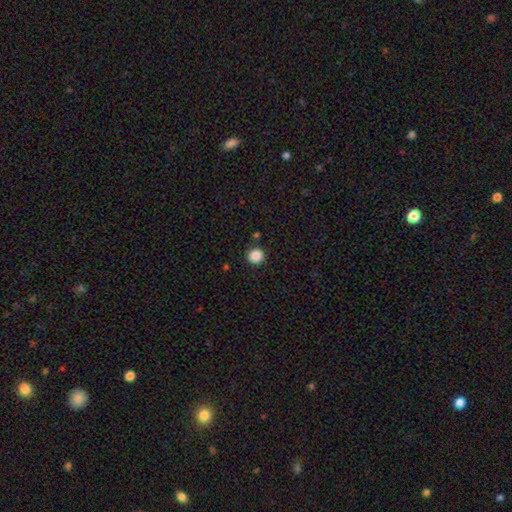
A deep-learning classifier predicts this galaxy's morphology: Smooth or featured? Predicted: smooth (p=0.87). How rounded? Predicted: round (p=0.95). Merging? Predicted: none (p=0.90).